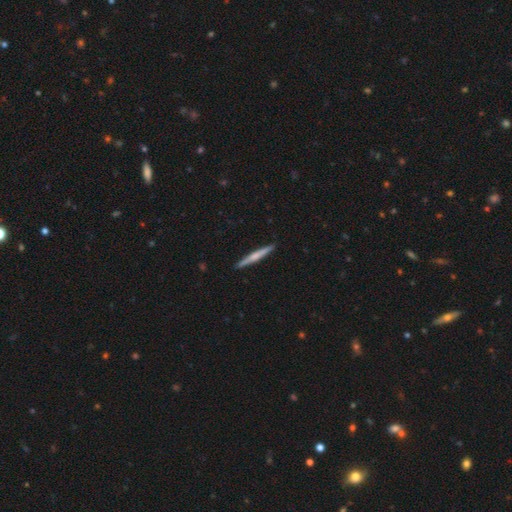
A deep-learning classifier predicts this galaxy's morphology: This appears to be a featured or disk galaxy (56%) viewed edge-on (98%) with a rounded central bulge (60%). Merging: none (93%).